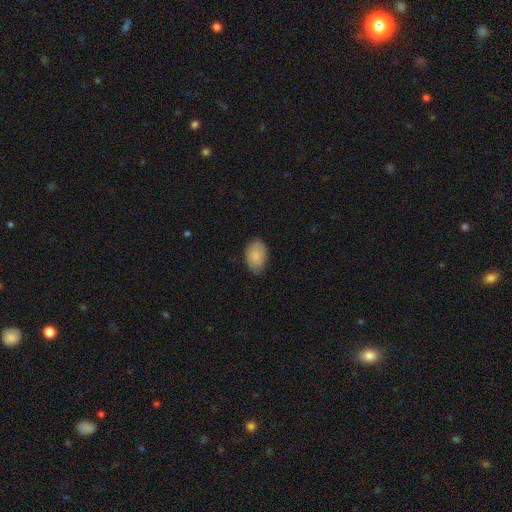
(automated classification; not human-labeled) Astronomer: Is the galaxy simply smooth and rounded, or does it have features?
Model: smooth — 85%.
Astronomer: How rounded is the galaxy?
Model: in between — 87%.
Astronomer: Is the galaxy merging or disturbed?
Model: none — 77%.